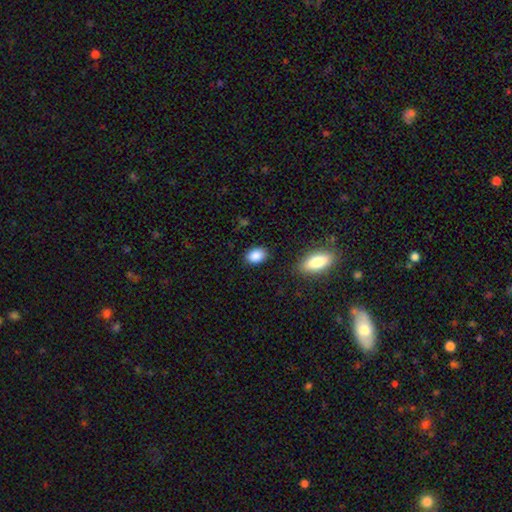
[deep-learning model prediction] A smooth galaxy with no disk features (88%) that is in between round and cigar-shaped (80%).

Vote fractions:
- Smooth or featured? smooth: 88% / star or artifact: 8% / featured or disk: 4%
- How rounded? in between: 80% / round: 19% / cigar-shaped: 1%
- Merging? none: 86% / minor disturbance: 10% / major disturbance: 2% / merger: 2%